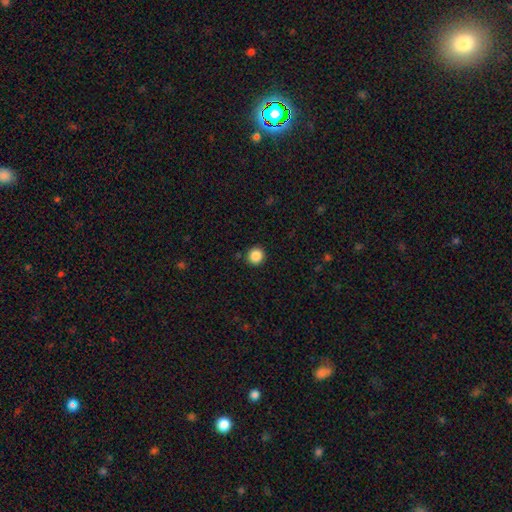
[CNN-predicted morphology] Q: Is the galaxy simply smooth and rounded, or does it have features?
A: smooth — 87%.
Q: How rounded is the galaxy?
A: round — 93%.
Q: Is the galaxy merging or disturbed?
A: none — 91%.